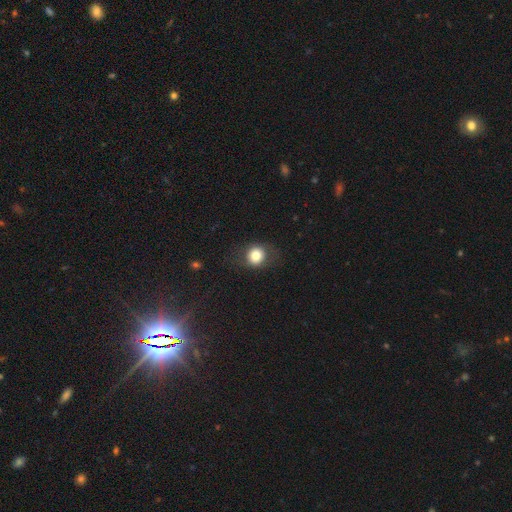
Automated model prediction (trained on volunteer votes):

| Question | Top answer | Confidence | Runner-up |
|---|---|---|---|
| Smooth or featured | smooth | 77% | featured or disk (13%) |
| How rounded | round | 80% | in between (19%) |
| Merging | none | 78% | minor disturbance (13%) |